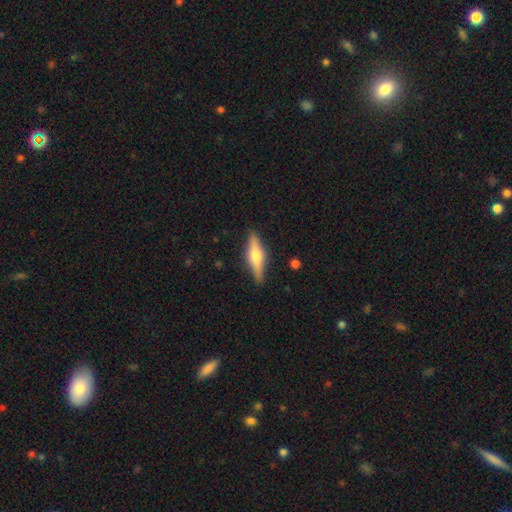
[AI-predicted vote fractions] Smooth or featured? Predicted: featured or disk (p=0.60). Edge-on disk? Predicted: yes (p=0.96). Edge-on bulge? Predicted: rounded (p=0.90). Merging? Predicted: none (p=0.88).